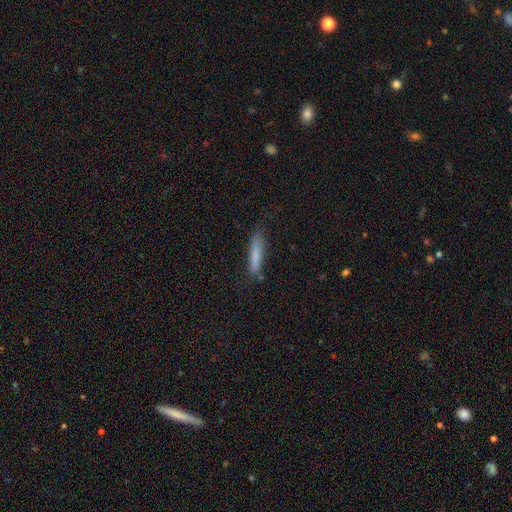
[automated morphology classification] Smooth or featured?
  - smooth: 77% *
  - featured or disk: 16%
  - star or artifact: 7%
How rounded?
  - cigar-shaped: 89% *
  - in between: 10%
  - round: 1%
Merging?
  - none: 74% *
  - minor disturbance: 19%
  - major disturbance: 5%
  - merger: 3%